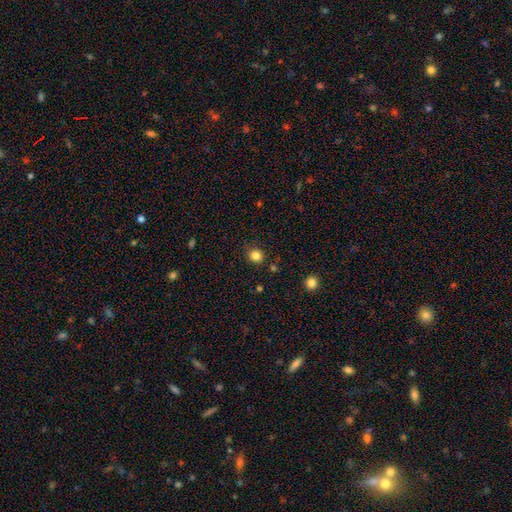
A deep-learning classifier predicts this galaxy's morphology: smooth_or_featured: smooth (p=0.84) [alt: star or artifact p=0.12]
how_rounded: round (p=0.83) [alt: in between p=0.17]
merging: none (p=0.86) [alt: minor disturbance p=0.09]